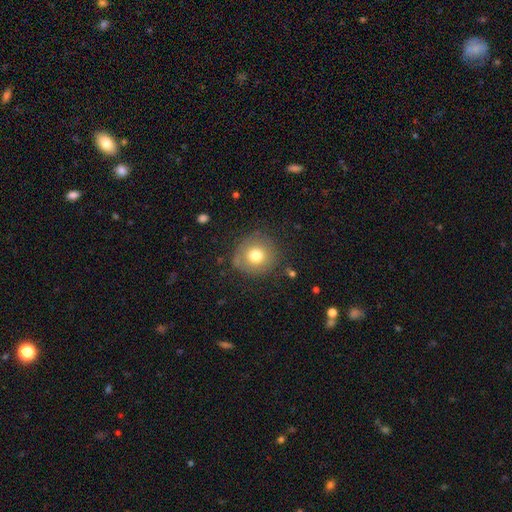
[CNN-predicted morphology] smooth-or-featured: smooth: 73% | featured or disk: 16% | star or artifact: 11%
  how-rounded: round: 92% | in between: 7% | cigar-shaped: 1%
  merging: none: 83% | minor disturbance: 11% | major disturbance: 4% | merger: 2%